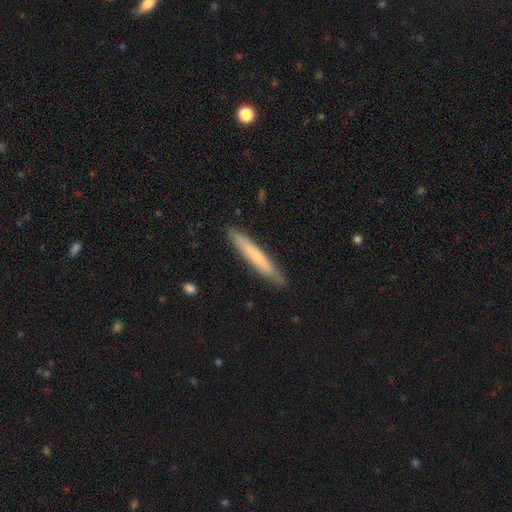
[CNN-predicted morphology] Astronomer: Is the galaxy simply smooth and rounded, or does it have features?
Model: smooth — 66%.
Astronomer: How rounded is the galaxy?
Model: cigar-shaped — 95%.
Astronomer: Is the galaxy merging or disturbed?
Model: none — 88%.